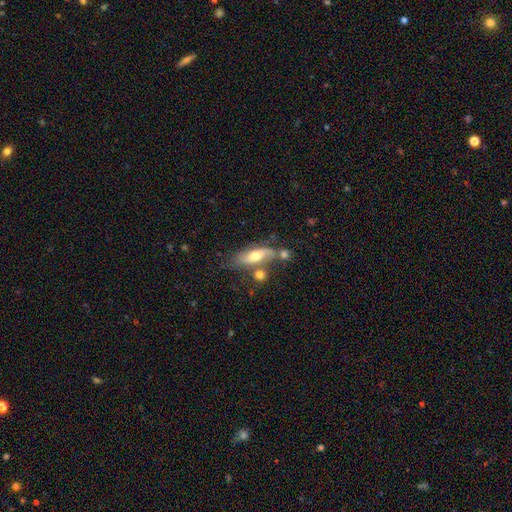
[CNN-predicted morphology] This appears to be a smooth galaxy with no disk features (51%) that is in between round and cigar-shaped (63%). Merging: none (52%).